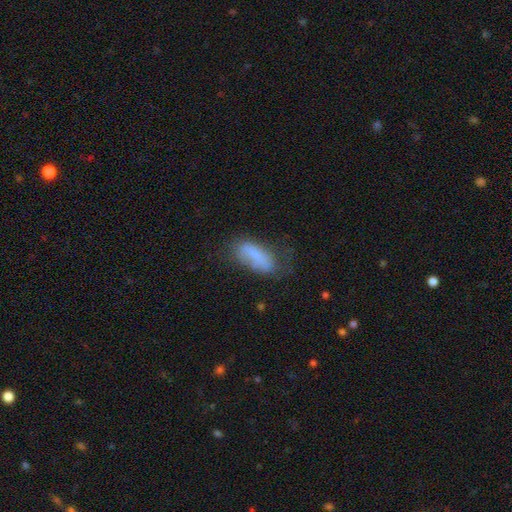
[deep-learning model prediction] This is likely a smooth galaxy (72%). How rounded: likely in between (78%). Merging: possibly none (46%).